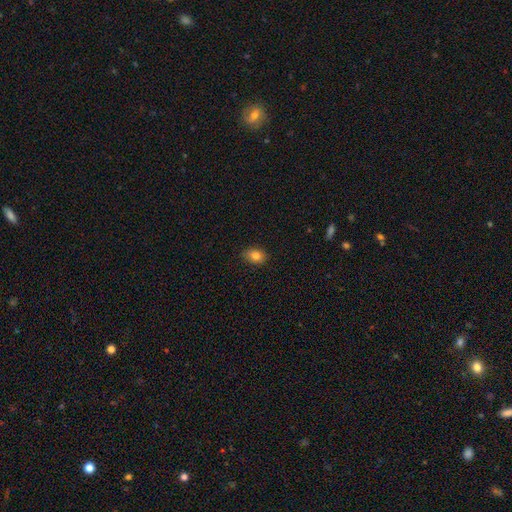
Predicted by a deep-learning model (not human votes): A smooth galaxy with no disk features (82%) that is in between round and cigar-shaped (71%). Merging: none (86%).